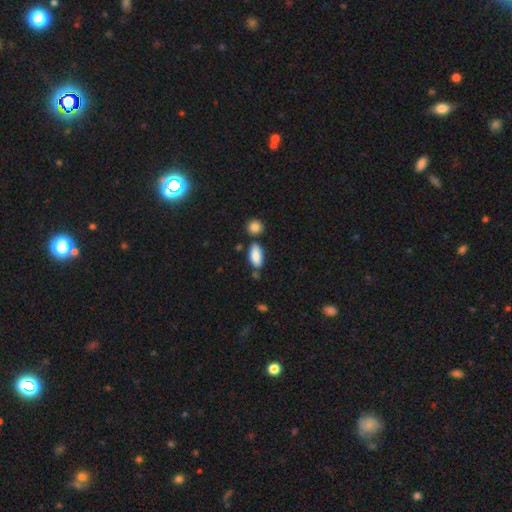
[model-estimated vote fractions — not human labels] A smooth galaxy with no disk features (87%) that is in between round and cigar-shaped (86%). Merging: none (71%).